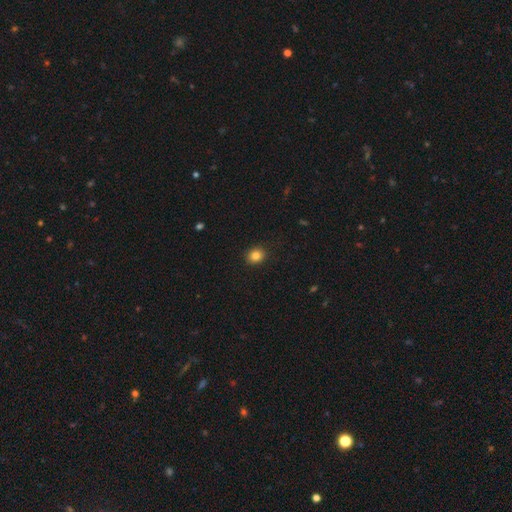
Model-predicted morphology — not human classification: Smooth or featured: smooth — 84% (star or artifact — 11%)
How rounded: round — 73% (in between — 26%)
Merging: none — 91% (minor disturbance — 6%)